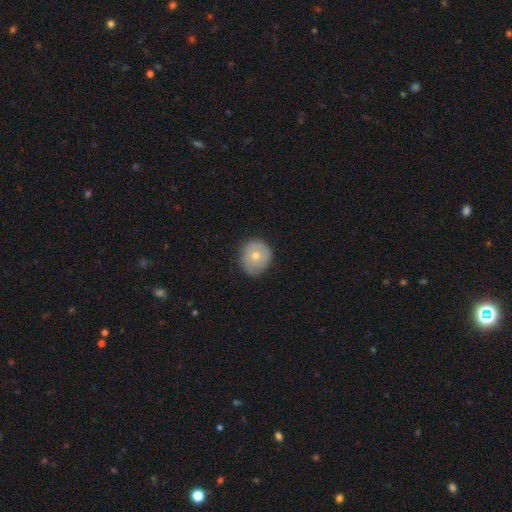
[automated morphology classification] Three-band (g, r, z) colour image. It shows a smooth galaxy with no disk features (66%) that is round (86%). Merging: none (80%).